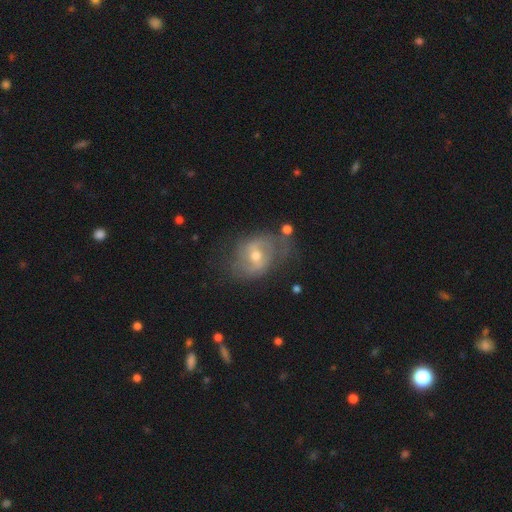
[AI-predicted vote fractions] Morphology: type=featured or disk (71%); edge-on=no (96%); bar=weak (48%); spiral arms=yes (77%); winding=medium (41%); arm count=2 (78%); bulge=moderate (59%); merging=none (61%).